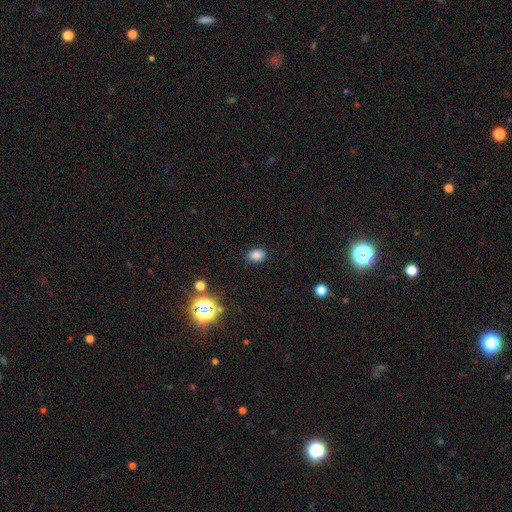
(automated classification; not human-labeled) Smooth or featured?
  - smooth: 81% *
  - star or artifact: 14%
  - featured or disk: 5%
How rounded?
  - in between: 78% *
  - round: 21%
  - cigar-shaped: 1%
Merging?
  - none: 86% *
  - minor disturbance: 10%
  - major disturbance: 3%
  - merger: 1%